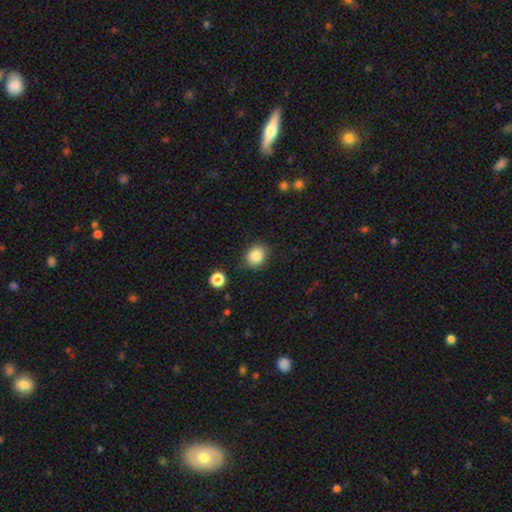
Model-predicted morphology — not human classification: Smooth or featured? smooth (84%)
How rounded? round (57%)
Merging? none (83%)